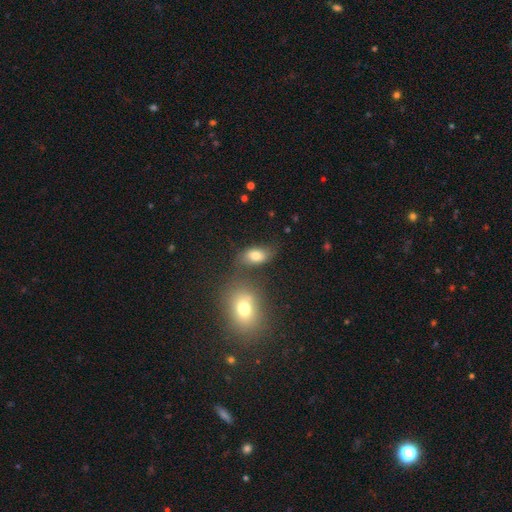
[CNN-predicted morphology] Overall: smooth (72%). How rounded: in between (86%). Merging: none (56%; merger 19%).